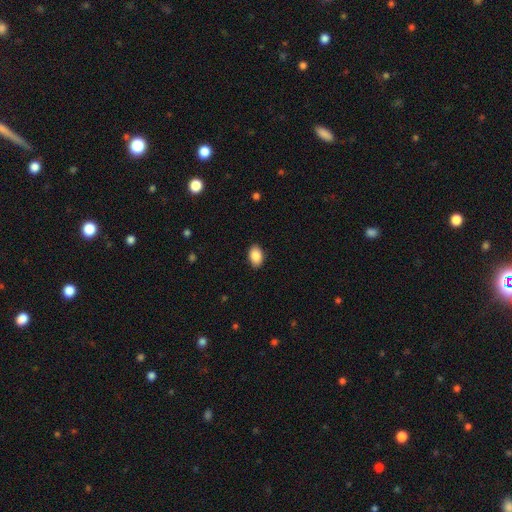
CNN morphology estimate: Smooth or featured? Predicted: smooth (p=0.89). How rounded? Predicted: in between (p=0.88). Merging? Predicted: none (p=0.88).